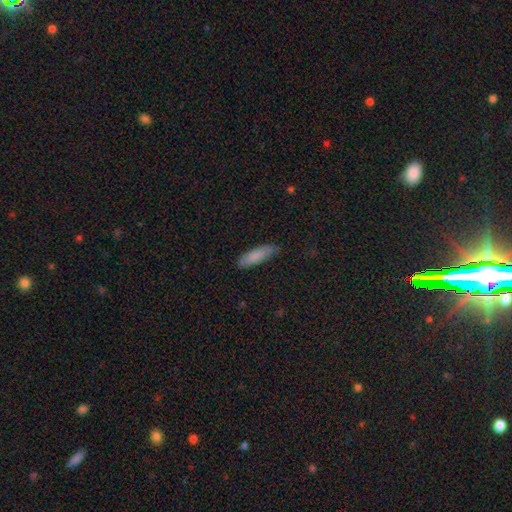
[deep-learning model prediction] smooth_or_featured: smooth (p=0.84) [alt: featured or disk p=0.10]
how_rounded: cigar-shaped (p=0.57) [alt: in between p=0.42]
merging: none (p=0.82) [alt: minor disturbance p=0.15]